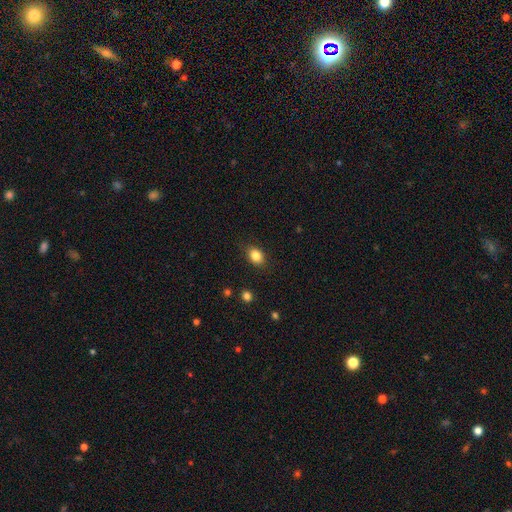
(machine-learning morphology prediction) smooth-or-featured: smooth: 84% | star or artifact: 10% | featured or disk: 6%
  how-rounded: in between: 66% | round: 32% | cigar-shaped: 1%
  merging: none: 85% | minor disturbance: 11% | major disturbance: 3% | merger: 1%